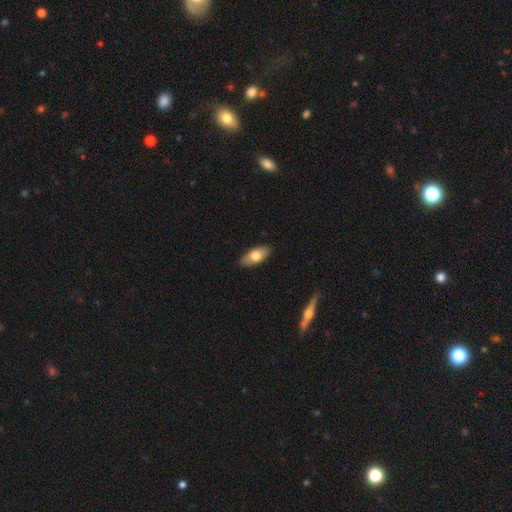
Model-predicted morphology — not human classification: smooth_or_featured: smooth (p=0.70) [alt: featured or disk p=0.24]
how_rounded: in between (p=0.84) [alt: cigar-shaped p=0.13]
merging: none (p=0.88) [alt: minor disturbance p=0.10]